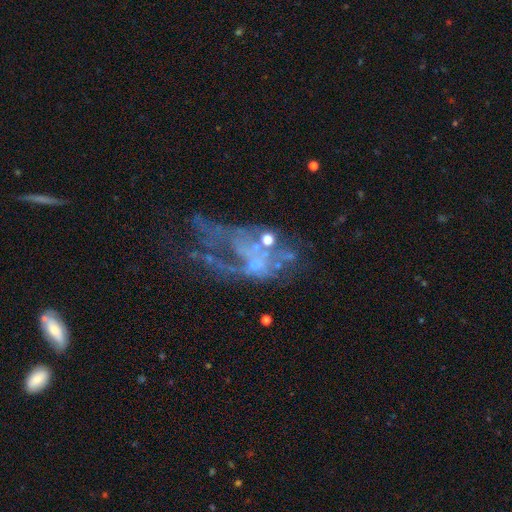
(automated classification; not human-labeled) smooth_or_featured: featured or disk (p=0.67) [alt: star or artifact p=0.19]
disk_edge_on: no (p=0.97) [alt: yes p=0.03]
bar: no (p=0.84) [alt: weak p=0.12]
has_spiral_arms: no (p=0.74) [alt: yes p=0.26]
bulge_size: none (p=0.66) [alt: small p=0.22]
merging: major disturbance (p=0.47) [alt: none p=0.25]